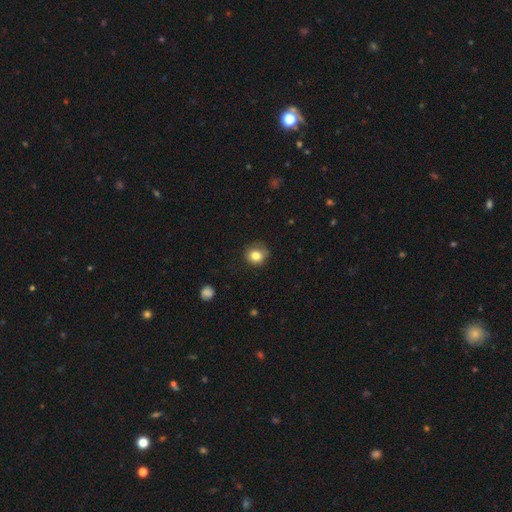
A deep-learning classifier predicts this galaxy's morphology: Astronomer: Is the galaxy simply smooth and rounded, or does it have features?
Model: smooth — 82%.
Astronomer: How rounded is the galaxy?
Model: round — 81%.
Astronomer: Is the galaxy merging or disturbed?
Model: none — 73%.